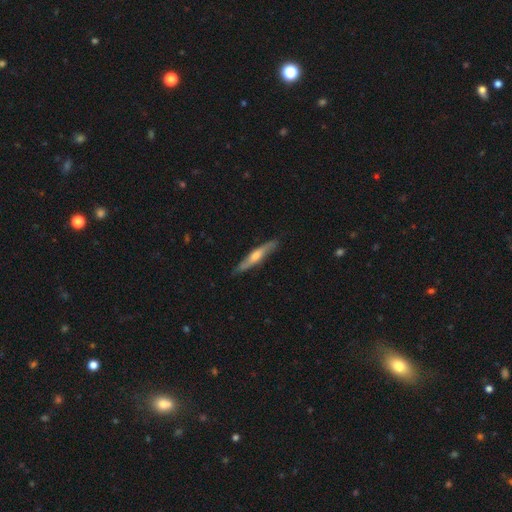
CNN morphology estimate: Smooth or featured? Predicted: featured or disk (p=0.57). Edge-on disk? Predicted: yes (p=0.85). Merging? Predicted: none (p=0.83).